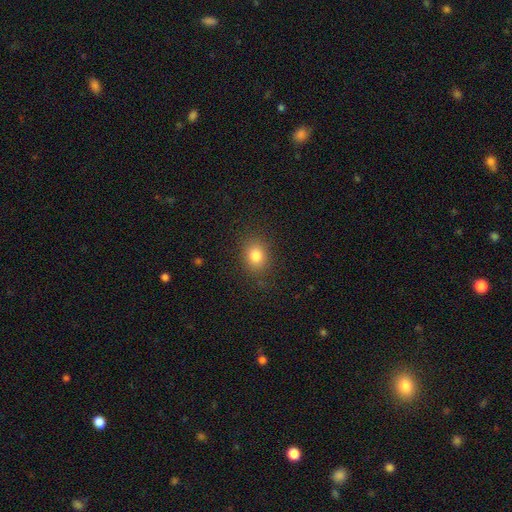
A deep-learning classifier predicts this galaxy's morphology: Q: Smooth or featured?
A: smooth (81%); runner-up: star or artifact (12%)
Q: How rounded?
A: round (53%); runner-up: in between (46%)
Q: Merging?
A: none (85%); runner-up: minor disturbance (11%)